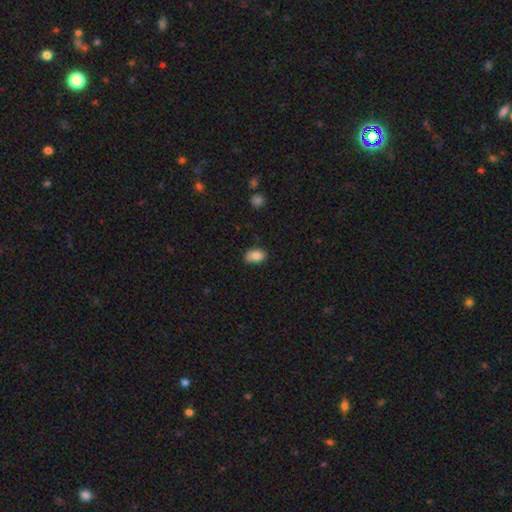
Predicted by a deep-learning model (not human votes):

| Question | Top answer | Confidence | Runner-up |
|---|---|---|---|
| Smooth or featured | smooth | 87% | star or artifact (8%) |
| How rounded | in between | 86% | round (13%) |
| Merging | none | 83% | minor disturbance (13%) |